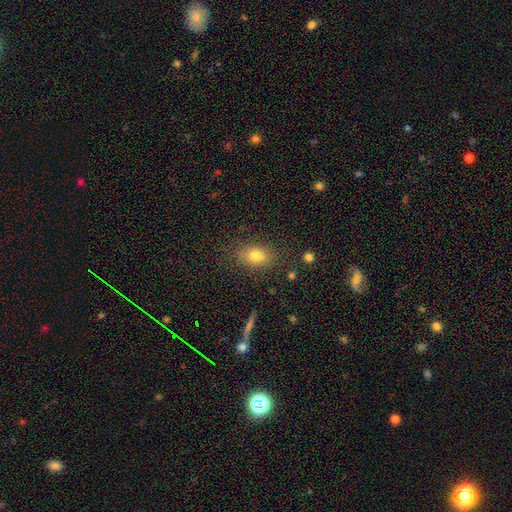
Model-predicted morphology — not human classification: smooth 76%, star or artifact 12%, featured or disk 12%. Down the decision tree: how rounded — in between (76%); merging — none (80%).